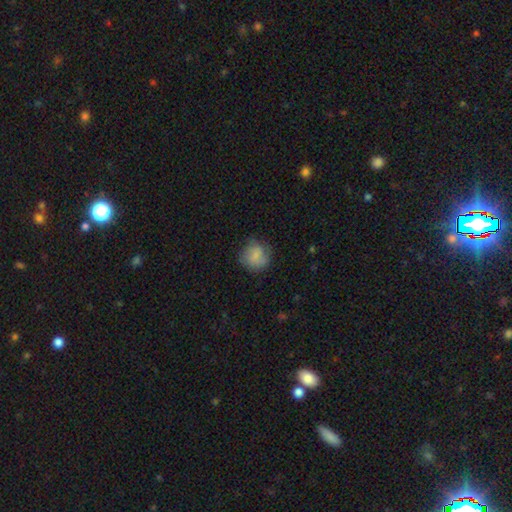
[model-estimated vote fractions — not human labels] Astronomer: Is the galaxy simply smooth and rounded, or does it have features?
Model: smooth — 69%.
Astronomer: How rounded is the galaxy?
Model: round — 87%.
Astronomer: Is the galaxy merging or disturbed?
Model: none — 70%.